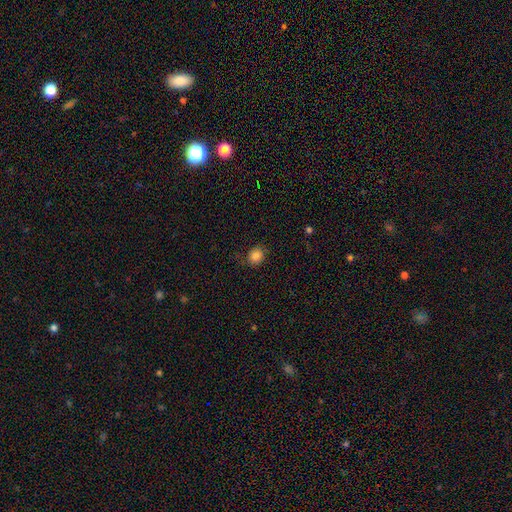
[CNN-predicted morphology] Smooth or featured? Predicted: smooth (p=0.85). How rounded? Predicted: round (p=0.76). Merging? Predicted: none (p=0.79).